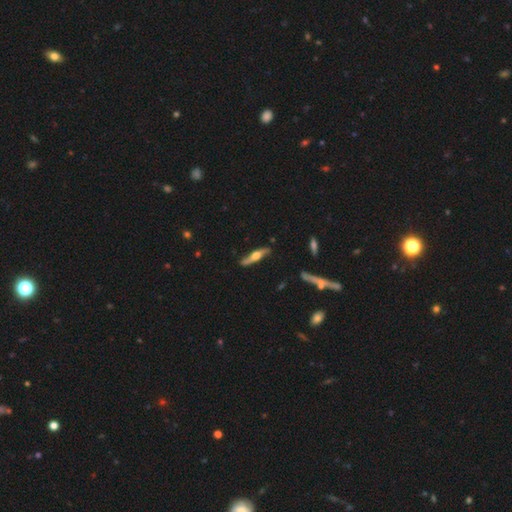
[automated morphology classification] Smooth or featured: featured or disk — 67% (smooth — 27%)
Edge-on disk: yes — 84% (no — 16%)
Edge-on bulge: rounded — 92% (boxy — 5%)
Merging: none — 82% (minor disturbance — 13%)